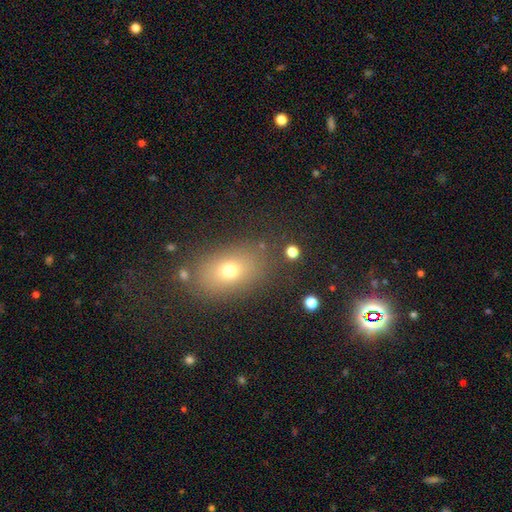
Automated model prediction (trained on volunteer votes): The model was most divided on "smooth or featured": smooth: 59%, star or artifact: 25%, featured or disk: 15%. More confident: merging — none (73%); how rounded — in between (69%).